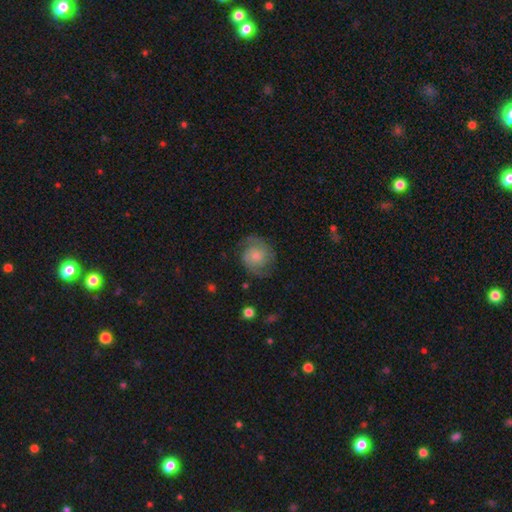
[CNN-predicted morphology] Overall: featured or disk (65%; smooth 28%). Edge-on disk: no (98%). Bar: no (74%). Spiral arms: yes (91%). Spiral arm count: 2 (82%). Spiral winding: medium (44%; tight 36%). Bulge size: small (54%; moderate 33%). Merging: none (71%).